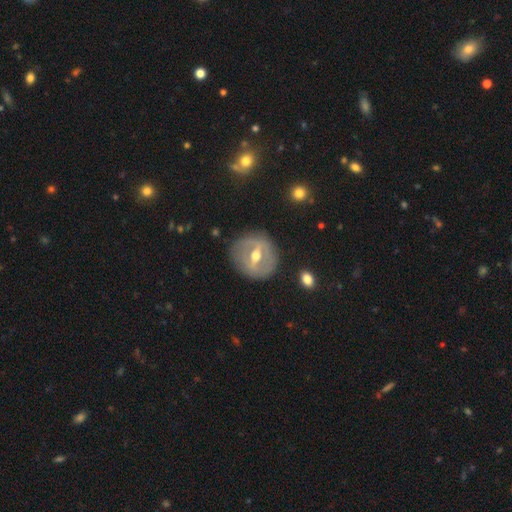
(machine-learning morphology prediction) type=featured or disk (74%); edge-on=no (87%); bar=strong (56%); spiral arms=no (60%); bulge=moderate (76%); merging=none (80%).